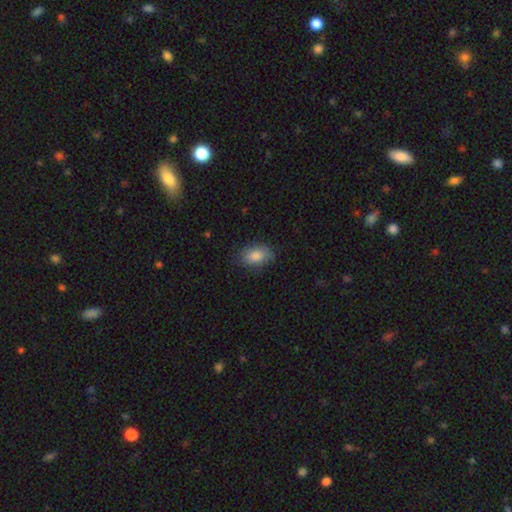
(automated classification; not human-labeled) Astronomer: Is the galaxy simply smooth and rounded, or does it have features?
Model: smooth — 83%.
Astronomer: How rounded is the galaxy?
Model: in between — 85%.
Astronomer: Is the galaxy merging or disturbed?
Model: none — 75%.